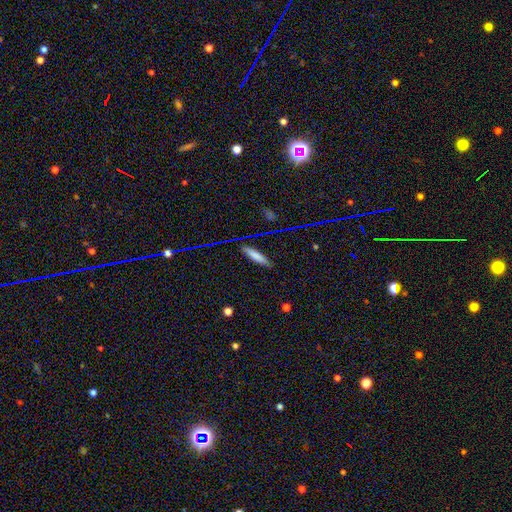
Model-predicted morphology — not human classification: Smooth or featured: smooth — 75% (featured or disk — 14%)
How rounded: cigar-shaped — 75% (in between — 23%)
Merging: none — 84% (minor disturbance — 12%)